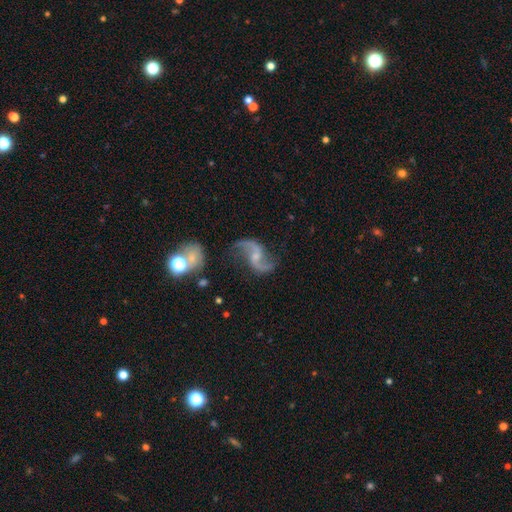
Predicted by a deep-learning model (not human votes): Smooth or featured?
  - featured or disk: 91% *
  - star or artifact: 5%
  - smooth: 4%
Edge-on disk?
  - no: 98% *
  - yes: 2%
Bar?
  - no: 46% *
  - weak: 41%
  - strong: 13%
Spiral arms?
  - yes: 97% *
  - no: 3%
Spiral winding?
  - loose: 83% *
  - medium: 13%
  - tight: 3%
Spiral arm count?
  - 2: 94% *
  - 1: 2%
  - can't tell: 1%
  - 3: 1%
  - 4: 1%
  - more than 4: 1%
Bulge size?
  - small: 62% *
  - moderate: 24%
  - none: 11%
  - large: 2%
  - dominant: 1%
Merging?
  - none: 74% *
  - minor disturbance: 15%
  - major disturbance: 8%
  - merger: 4%